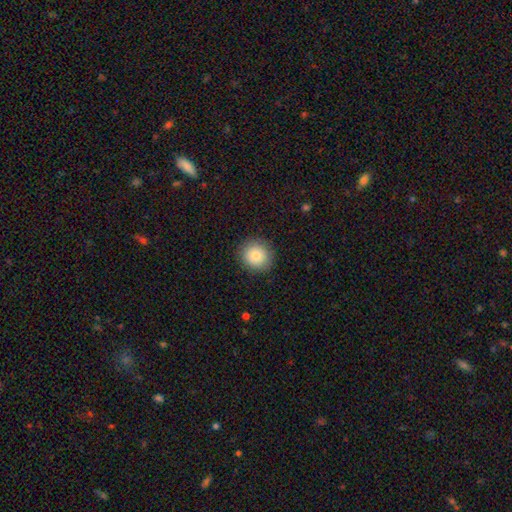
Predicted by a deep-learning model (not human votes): Smooth or featured?
  - smooth: 84% *
  - star or artifact: 9%
  - featured or disk: 7%
How rounded?
  - round: 90% *
  - in between: 9%
  - cigar-shaped: 1%
Merging?
  - none: 90% *
  - minor disturbance: 7%
  - major disturbance: 2%
  - merger: 1%